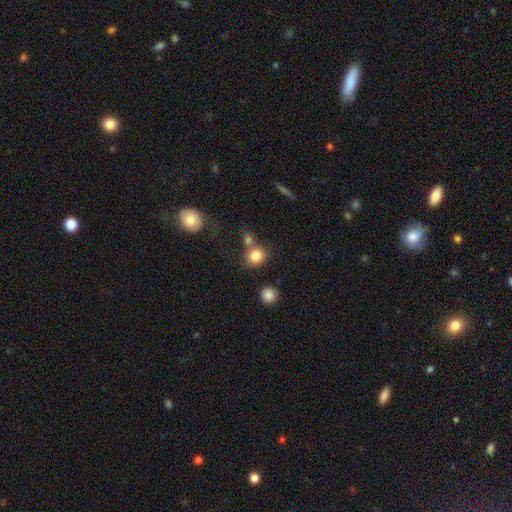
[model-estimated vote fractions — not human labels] A smooth galaxy with no disk features (83%) that is round (67%). Merging: none (61%).